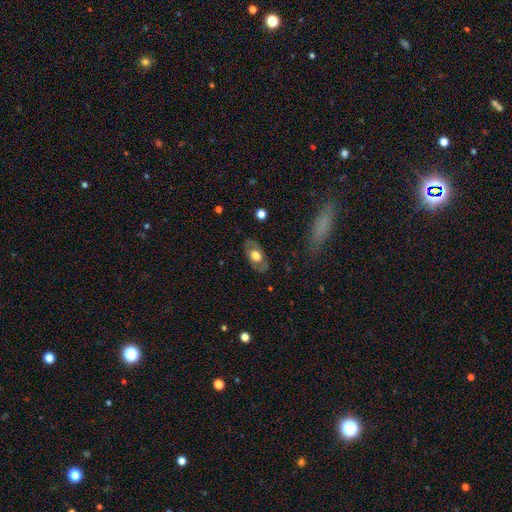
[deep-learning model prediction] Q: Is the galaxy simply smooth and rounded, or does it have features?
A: smooth — 50%.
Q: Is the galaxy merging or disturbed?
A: none — 81%.